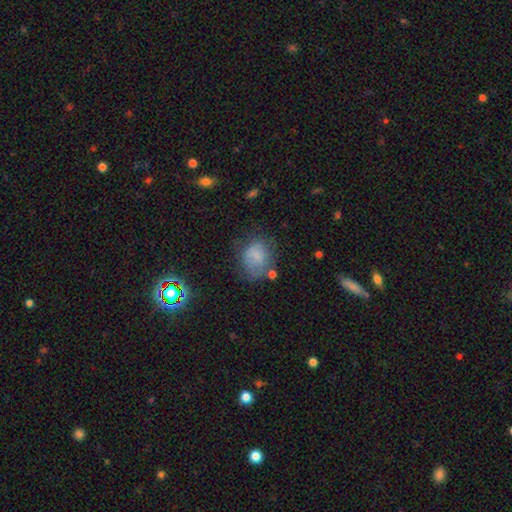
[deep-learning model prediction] The model was most divided on "how rounded": in between: 52%, round: 46%, cigar-shaped: 1%. Remaining: smooth or featured — smooth (69%); merging — none (50%).